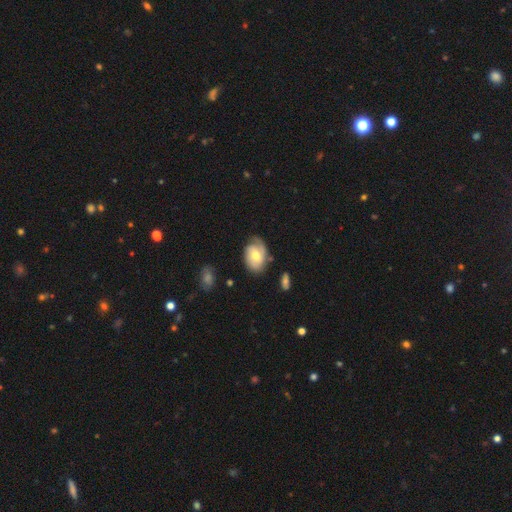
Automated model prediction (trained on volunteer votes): Q: Smooth or featured?
A: featured or disk (55%); runner-up: smooth (38%)
Q: Edge-on disk?
A: no (95%); runner-up: yes (5%)
Q: Bar?
A: no (66%); runner-up: weak (28%)
Q: Spiral arms?
A: yes (78%); runner-up: no (22%)
Q: Bulge size?
A: moderate (68%); runner-up: small (25%)
Q: Merging?
A: none (58%); runner-up: minor disturbance (28%)